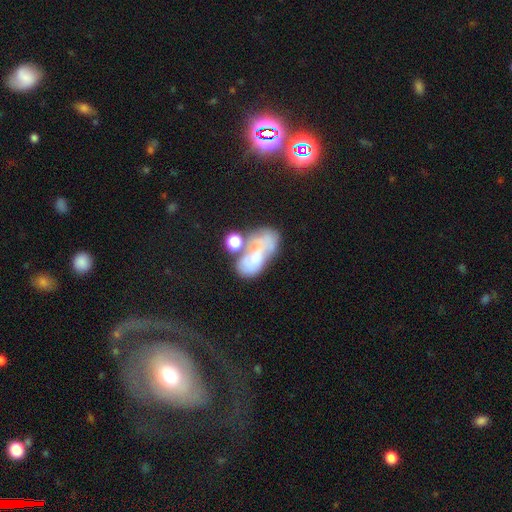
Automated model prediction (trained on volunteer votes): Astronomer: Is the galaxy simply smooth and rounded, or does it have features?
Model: smooth — 44% (runner-up: featured or disk, 38%).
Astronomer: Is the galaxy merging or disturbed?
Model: merger — 32% (runner-up: major disturbance, 25%).